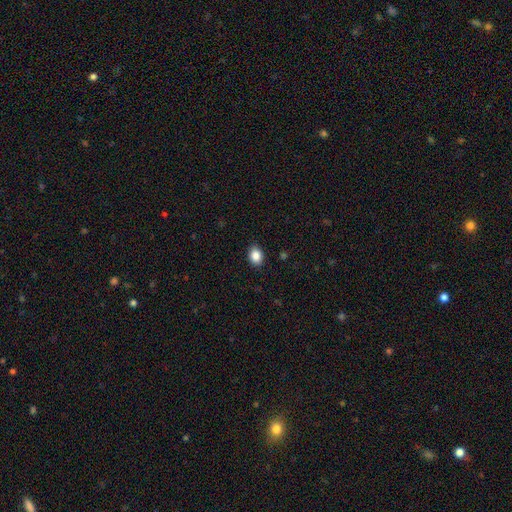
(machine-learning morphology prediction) Smooth or featured? Predicted: smooth (p=0.86). How rounded? Predicted: in between (p=0.62). Merging? Predicted: none (p=0.89).